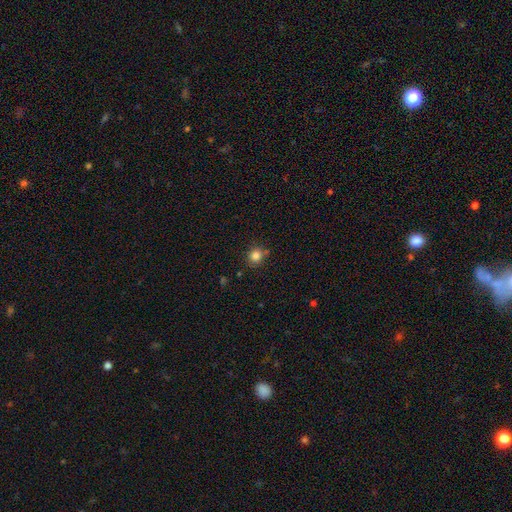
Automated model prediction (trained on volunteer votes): Smooth or featured: smooth — 83% (star or artifact — 12%)
How rounded: round — 86% (in between — 13%)
Merging: none — 75% (minor disturbance — 14%)